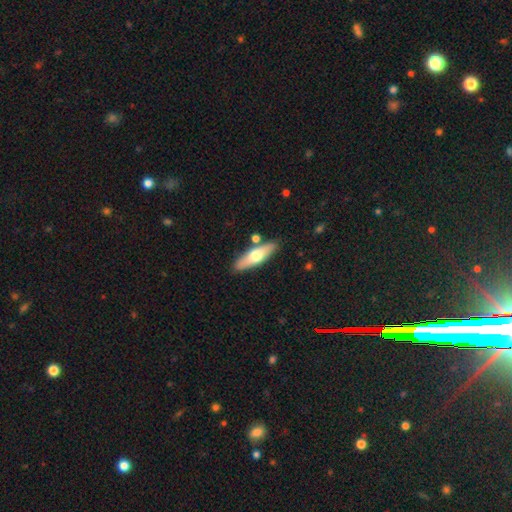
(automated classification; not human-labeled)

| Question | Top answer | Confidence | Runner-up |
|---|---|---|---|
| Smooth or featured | smooth | 56% | featured or disk (38%) |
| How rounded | cigar-shaped | 58% | in between (39%) |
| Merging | none | 82% | minor disturbance (10%) |